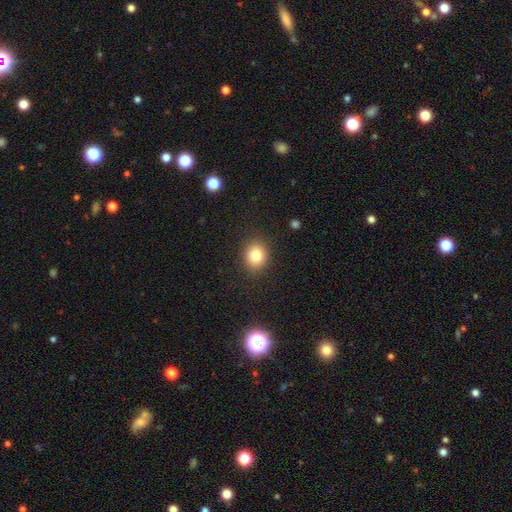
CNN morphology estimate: smooth-or-featured: smooth: 81% | star or artifact: 11% | featured or disk: 8%
  how-rounded: round: 65% | in between: 34% | cigar-shaped: 1%
  merging: none: 88% | minor disturbance: 8% | major disturbance: 3% | merger: 1%